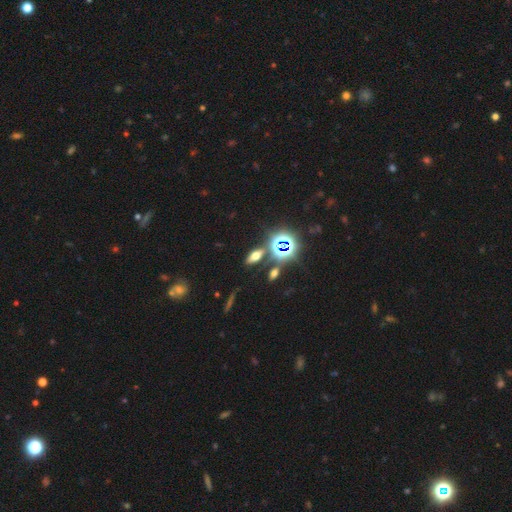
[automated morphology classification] A smooth galaxy with no disk features (44%). Merging: none (81%).